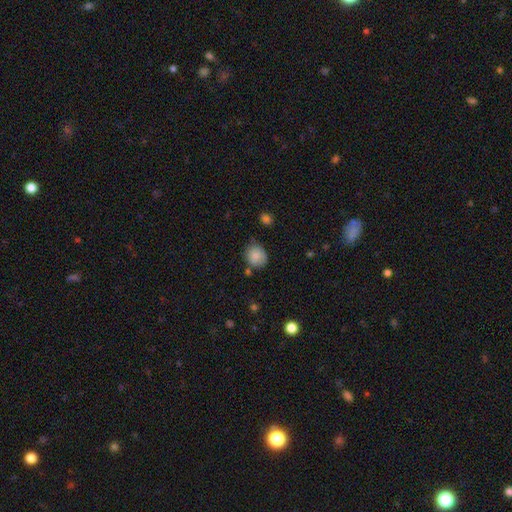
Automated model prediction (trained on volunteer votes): Smooth or featured? smooth (85%)
How rounded? round (73%)
Merging? none (69%)